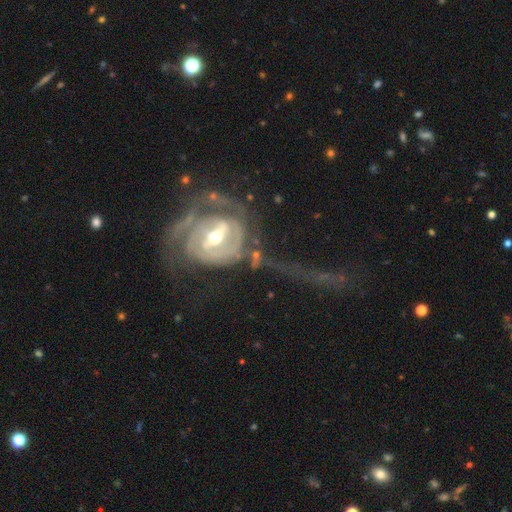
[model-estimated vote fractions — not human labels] Q: Smooth or featured?
A: featured or disk (87%); runner-up: smooth (8%)
Q: Edge-on disk?
A: no (95%); runner-up: yes (5%)
Q: Bar?
A: strong (43%); runner-up: weak (41%)
Q: Spiral arms?
A: yes (89%); runner-up: no (11%)
Q: Spiral winding?
A: tight (49%); runner-up: medium (33%)
Q: Spiral arm count?
A: 2 (49%); runner-up: can't tell (22%)
Q: Bulge size?
A: moderate (64%); runner-up: small (28%)
Q: Merging?
A: major disturbance (42%); runner-up: none (34%)